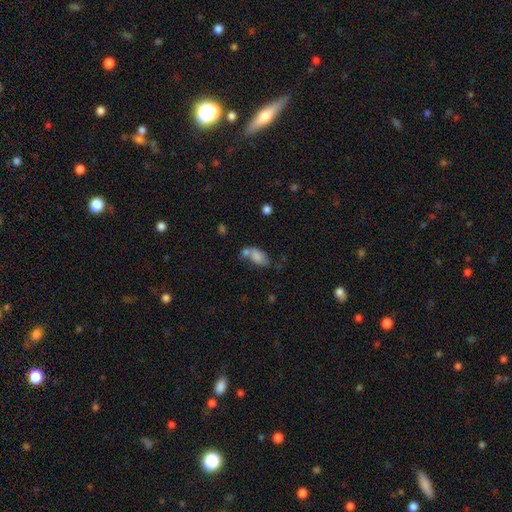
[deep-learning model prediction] The model was most divided on "merging": merger: 39%, none: 34%, minor disturbance: 18%, major disturbance: 10%. More confident: how rounded — in between (89%); smooth or featured — smooth (76%).